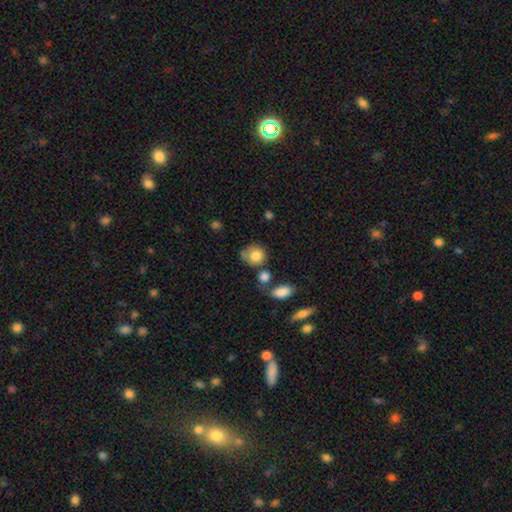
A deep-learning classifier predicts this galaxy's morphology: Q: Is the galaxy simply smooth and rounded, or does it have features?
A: smooth — 78%.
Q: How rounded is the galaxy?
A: round — 67%.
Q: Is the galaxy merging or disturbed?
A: none — 46%.